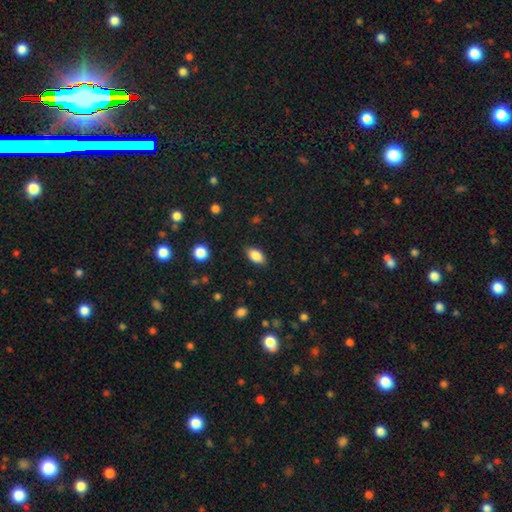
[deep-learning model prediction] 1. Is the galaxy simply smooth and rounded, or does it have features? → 85% smooth, 8% star or artifact, 7% featured or disk.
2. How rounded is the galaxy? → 90% in between, 6% round, 4% cigar-shaped.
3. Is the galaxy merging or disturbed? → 85% none, 11% minor disturbance, 3% major disturbance, 1% merger.